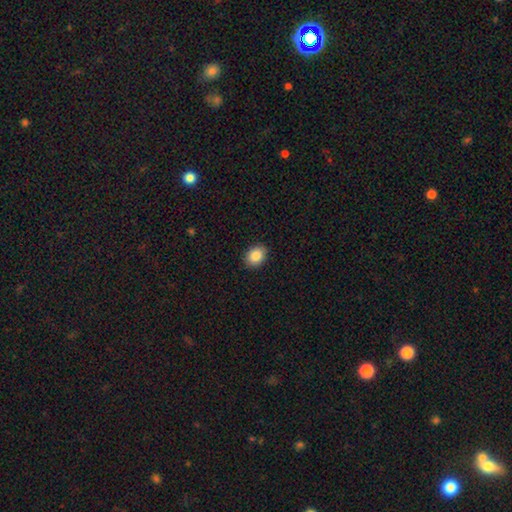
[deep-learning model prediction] Morphology: type=smooth (87%); roundness=in between (56%); merging=none (90%).